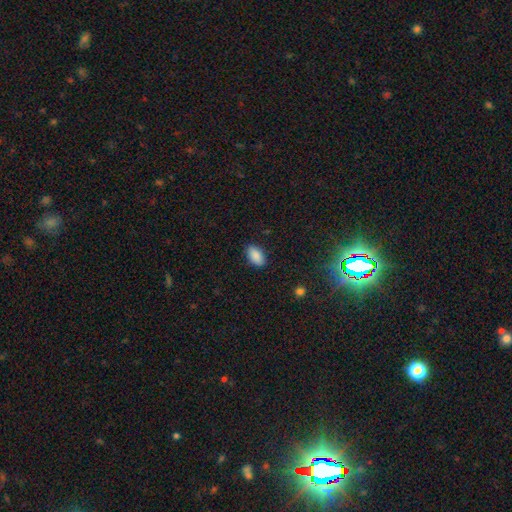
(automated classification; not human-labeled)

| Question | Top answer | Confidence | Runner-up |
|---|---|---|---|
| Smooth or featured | smooth | 89% | star or artifact (8%) |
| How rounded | in between | 93% | round (4%) |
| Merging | none | 87% | minor disturbance (9%) |